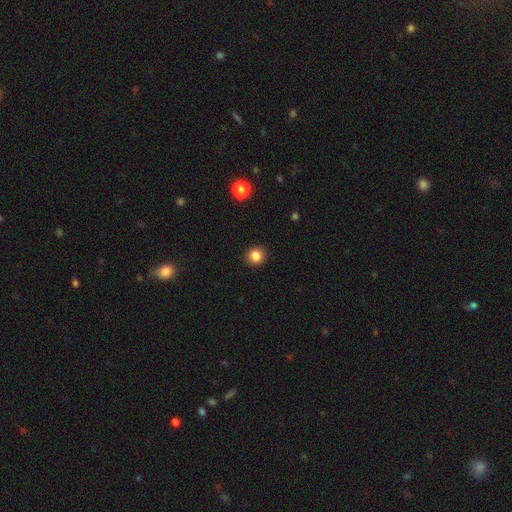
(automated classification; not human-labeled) Overall: smooth (84%). How rounded: round (88%). Merging: none (91%).